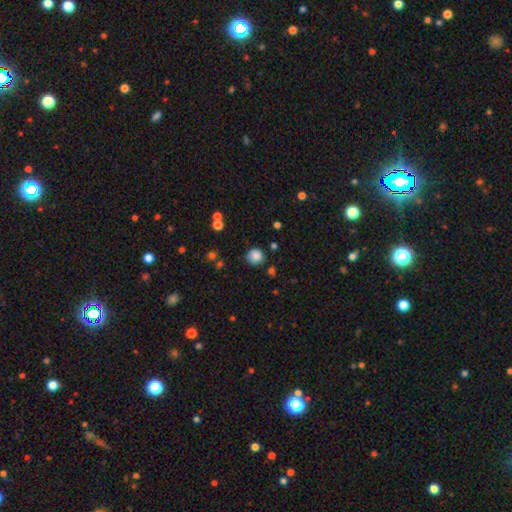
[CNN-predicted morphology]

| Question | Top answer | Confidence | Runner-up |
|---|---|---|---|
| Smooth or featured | smooth | 84% | star or artifact (11%) |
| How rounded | round | 91% | in between (8%) |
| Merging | none | 81% | minor disturbance (13%) |